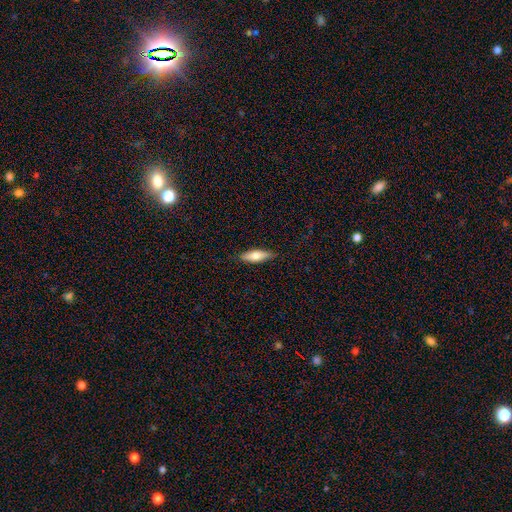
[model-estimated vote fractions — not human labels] The model was most divided on "how rounded": in between: 50%, cigar-shaped: 48%, round: 2%. More confident: merging — none (86%); smooth or featured — smooth (69%).